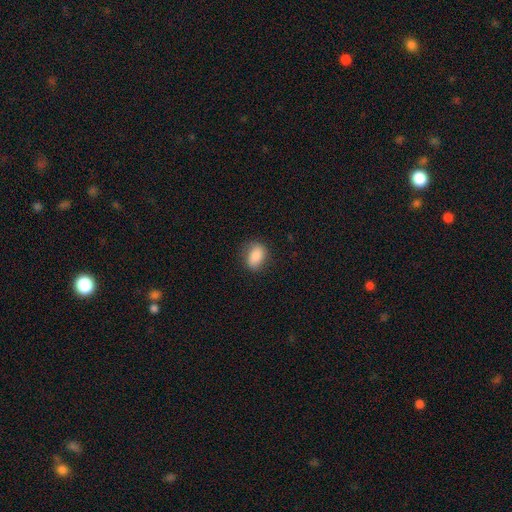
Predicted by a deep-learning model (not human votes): Q: Smooth or featured?
A: smooth (83%); runner-up: featured or disk (9%)
Q: How rounded?
A: in between (74%); runner-up: round (25%)
Q: Merging?
A: none (75%); runner-up: minor disturbance (18%)